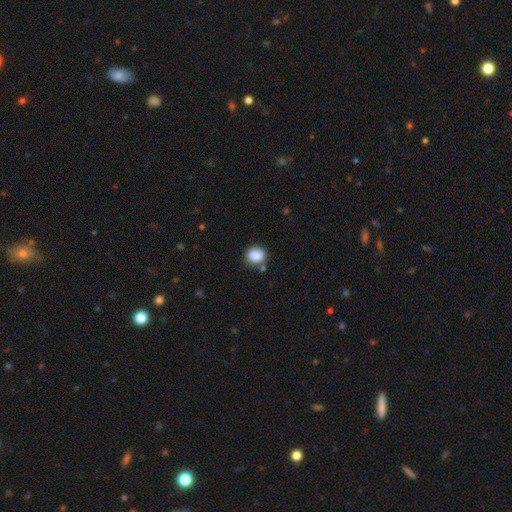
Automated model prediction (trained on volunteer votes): Q: Smooth or featured?
A: smooth (87%); runner-up: star or artifact (8%)
Q: How rounded?
A: round (70%); runner-up: in between (29%)
Q: Merging?
A: none (69%); runner-up: minor disturbance (17%)